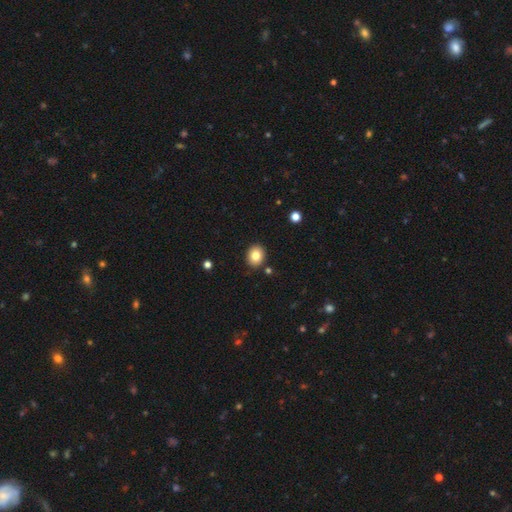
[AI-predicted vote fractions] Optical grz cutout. It shows a smooth galaxy with no disk features (82%) that is round (58%). Merging: none (89%).